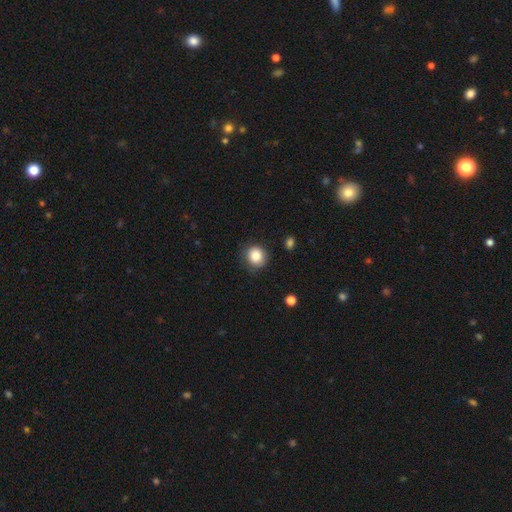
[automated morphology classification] Smooth or featured? smooth (85%)
How rounded? round (88%)
Merging? none (79%)